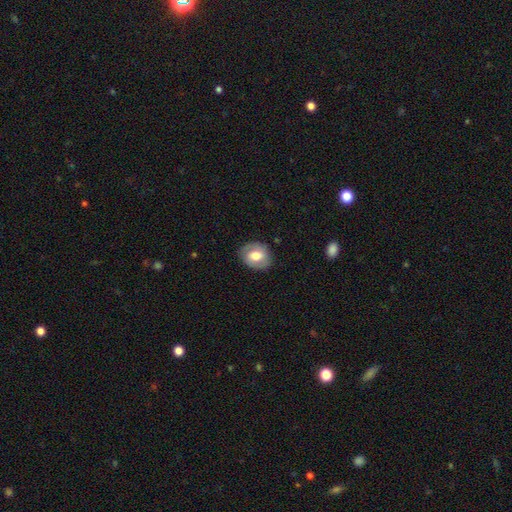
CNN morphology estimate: This appears to be a smooth galaxy with no disk features (56%) that is round (51%). Merging: none (82%).